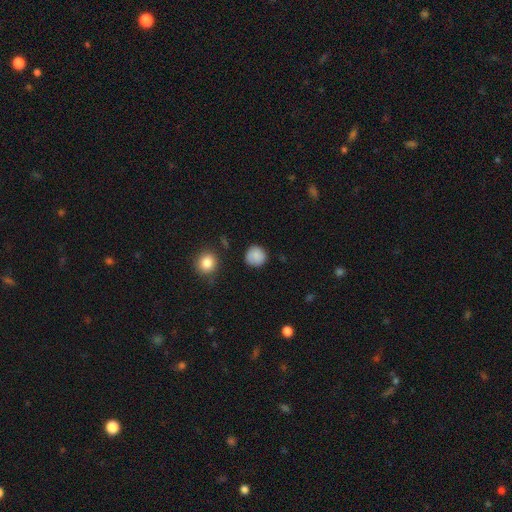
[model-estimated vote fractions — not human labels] smooth-or-featured: smooth: 84% | star or artifact: 8% | featured or disk: 8%
  how-rounded: round: 92% | in between: 7% | cigar-shaped: 1%
  merging: none: 83% | minor disturbance: 12% | major disturbance: 3% | merger: 2%